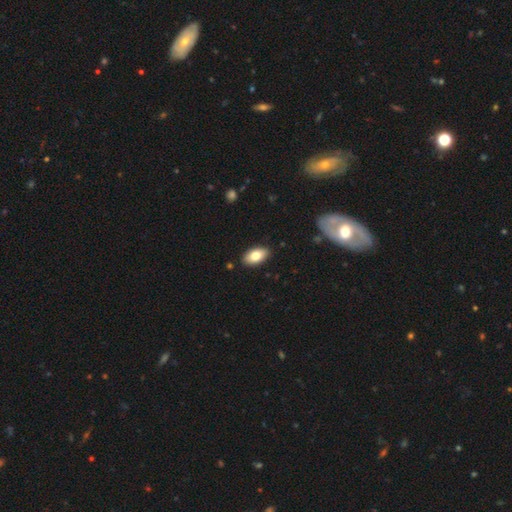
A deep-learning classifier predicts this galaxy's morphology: This is clearly a smooth galaxy (80%). How rounded: clearly in between (93%). Merging: clearly none (88%).